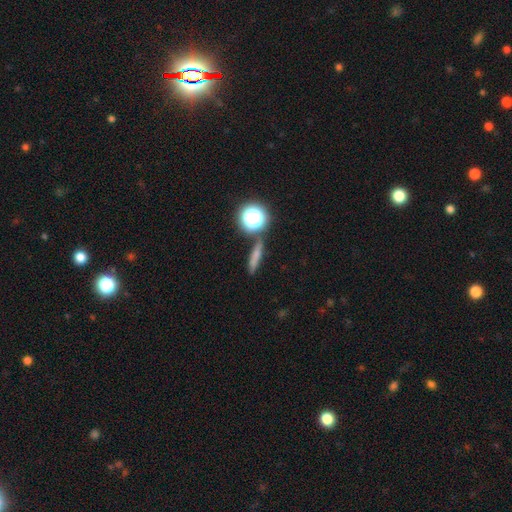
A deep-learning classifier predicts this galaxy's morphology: smooth-or-featured: smooth: 63% | star or artifact: 19% | featured or disk: 18%
  how-rounded: cigar-shaped: 65% | round: 19% | in between: 15%
  merging: none: 75% | minor disturbance: 12% | merger: 8% | major disturbance: 5%